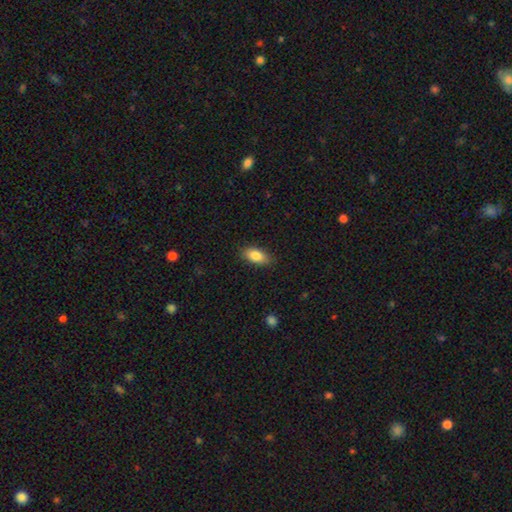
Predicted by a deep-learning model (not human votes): Smooth or featured? smooth (84%)
How rounded? in between (88%)
Merging? none (86%)